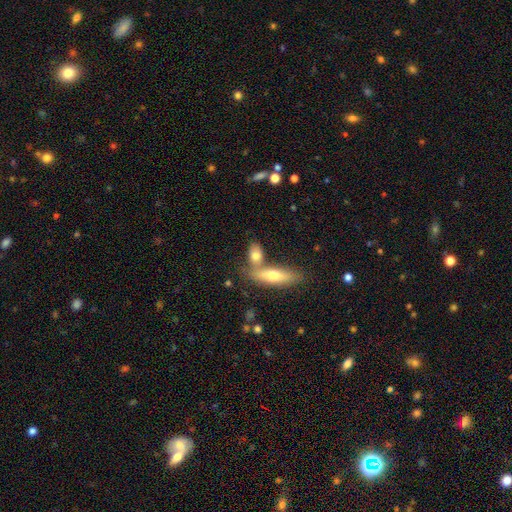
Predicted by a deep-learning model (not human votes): This is likely a smooth galaxy (72%). How rounded: likely in between (71%). Merging: marginally none (44%).